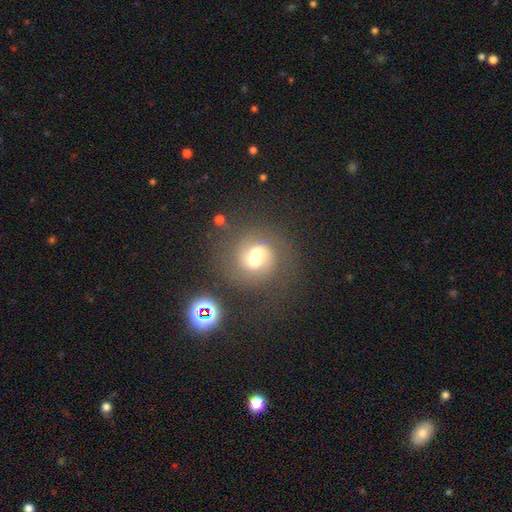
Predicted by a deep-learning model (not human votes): A featured or disk galaxy (49%). Merging: merger (48%).